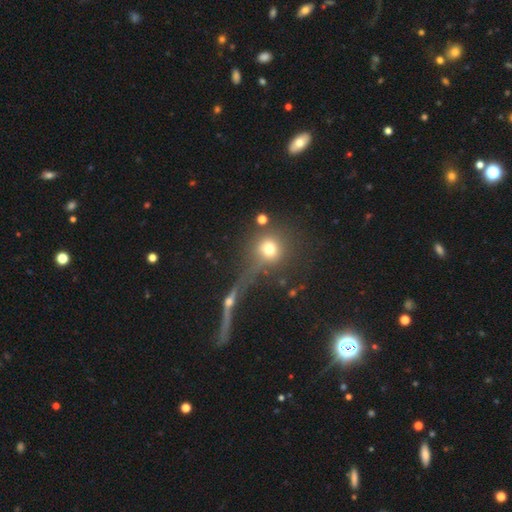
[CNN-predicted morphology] A star or artifact, not a galaxy (41%).

Vote fractions:
- Smooth or featured? star or artifact: 41% / smooth: 40% / featured or disk: 19%